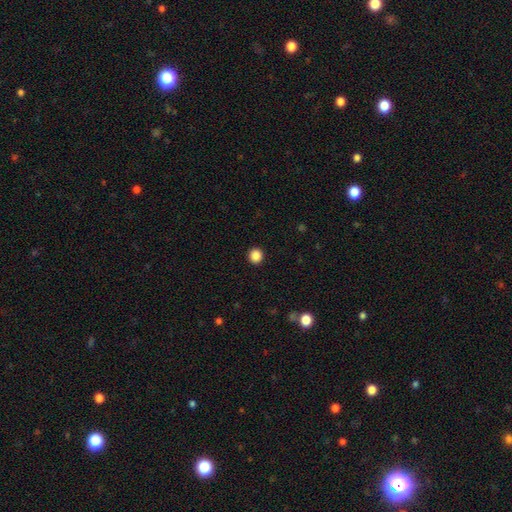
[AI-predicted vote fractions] smooth-or-featured: smooth: 87% | star or artifact: 10% | featured or disk: 3%
  how-rounded: round: 93% | in between: 6% | cigar-shaped: 1%
  merging: none: 94% | minor disturbance: 4% | major disturbance: 2% | merger: 1%